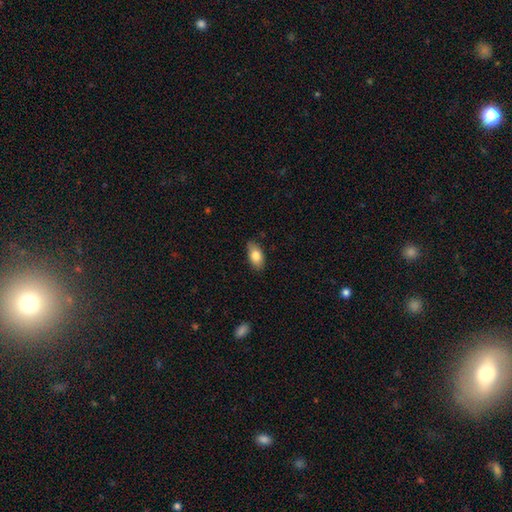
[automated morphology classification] smooth 81%, featured or disk 13%, star or artifact 7%. Down the decision tree: how rounded — in between (91%); merging — none (83%).